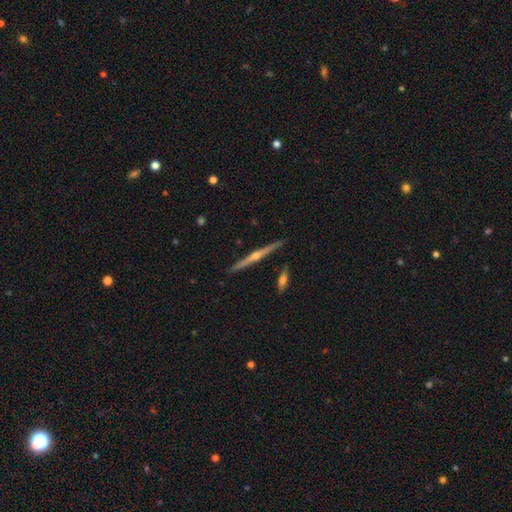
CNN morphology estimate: featured or disk 83%, smooth 11%, star or artifact 5%. Down the decision tree: edge-on disk — yes (98%); edge-on bulge — rounded (89%); merging — none (91%).